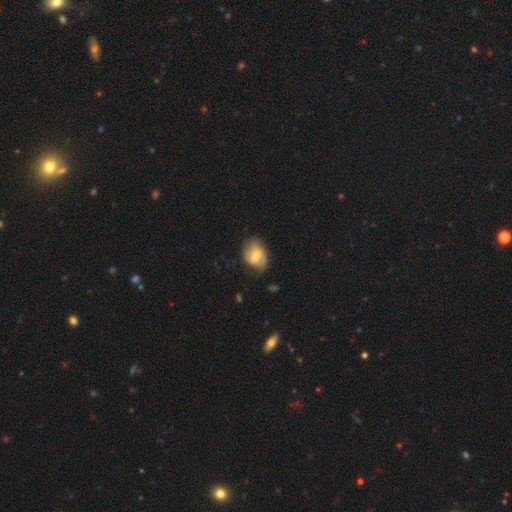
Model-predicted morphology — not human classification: Smooth or featured?
  - smooth: 61% *
  - featured or disk: 32%
  - star or artifact: 7%
How rounded?
  - in between: 73% *
  - round: 26%
  - cigar-shaped: 1%
Merging?
  - none: 64% *
  - minor disturbance: 28%
  - major disturbance: 7%
  - merger: 1%